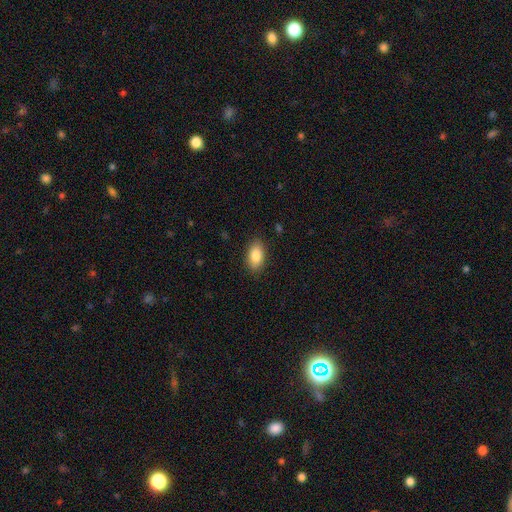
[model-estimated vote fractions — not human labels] Q: Smooth or featured?
A: smooth (85%); runner-up: featured or disk (8%)
Q: How rounded?
A: in between (92%); runner-up: round (5%)
Q: Merging?
A: none (88%); runner-up: minor disturbance (9%)